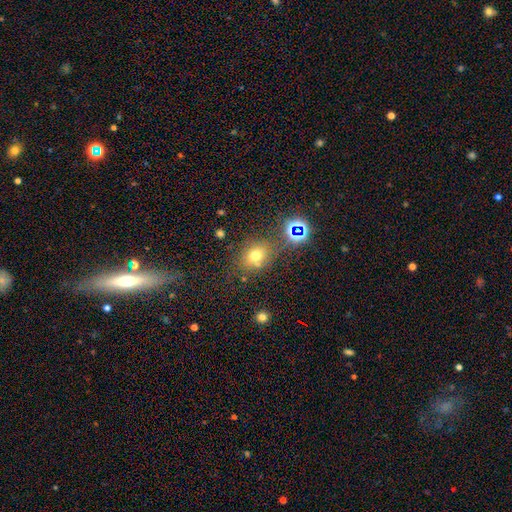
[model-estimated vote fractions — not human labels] The model was most divided on "how rounded": round: 57%, in between: 42%, cigar-shaped: 1%. More confident: merging — none (69%); smooth or featured — smooth (65%).